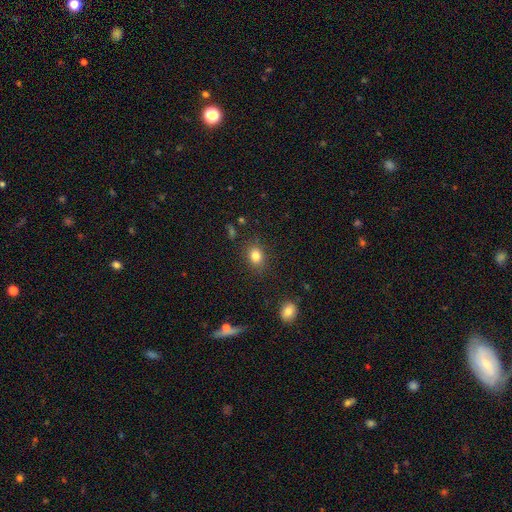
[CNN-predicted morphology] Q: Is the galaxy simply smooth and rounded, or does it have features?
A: smooth — 83%.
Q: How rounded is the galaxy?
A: round — 53%.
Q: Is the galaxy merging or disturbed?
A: none — 86%.